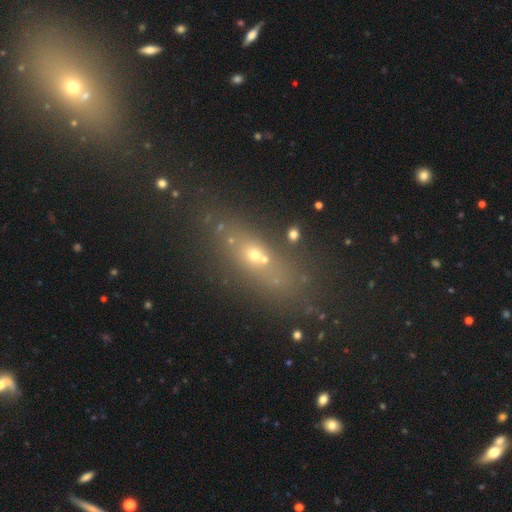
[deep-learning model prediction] The model was most divided on "smooth or featured": smooth: 42%, star or artifact: 30%, featured or disk: 28%. More confident: merging — none (58%).